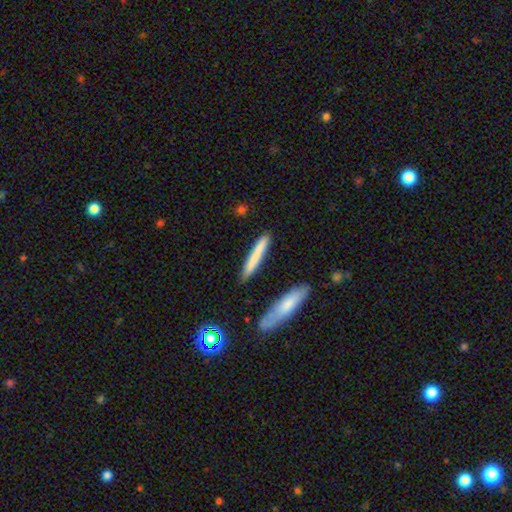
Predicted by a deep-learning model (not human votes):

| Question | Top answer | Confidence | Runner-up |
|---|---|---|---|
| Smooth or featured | smooth | 74% | featured or disk (20%) |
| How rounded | cigar-shaped | 94% | in between (5%) |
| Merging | none | 86% | minor disturbance (9%) |